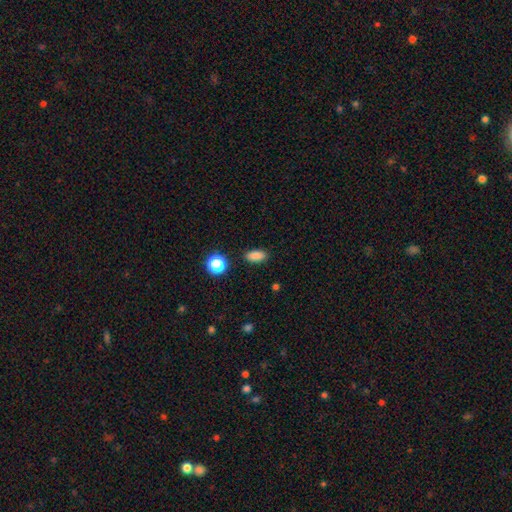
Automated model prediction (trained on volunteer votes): Smooth or featured? smooth (84%)
How rounded? in between (84%)
Merging? none (88%)